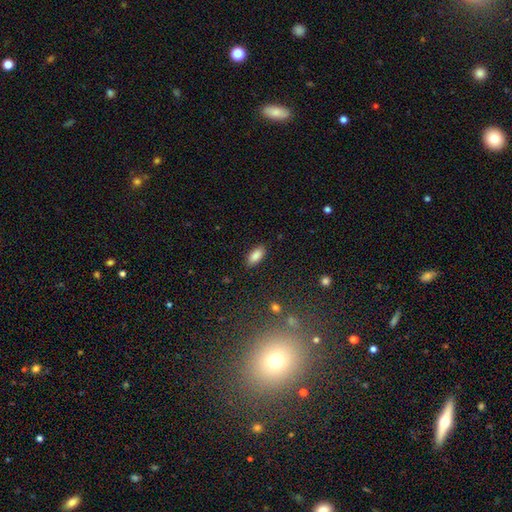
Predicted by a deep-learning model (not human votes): This appears to be a smooth galaxy with no disk features (86%) that is in between round and cigar-shaped (88%). Merging: none (87%).